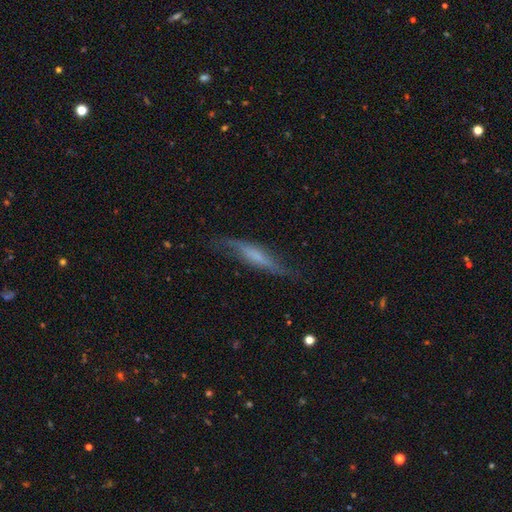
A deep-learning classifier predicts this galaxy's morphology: Q: Smooth or featured?
A: featured or disk (54%); runner-up: smooth (39%)
Q: Edge-on disk?
A: yes (69%); runner-up: no (31%)
Q: Merging?
A: none (65%); runner-up: minor disturbance (24%)